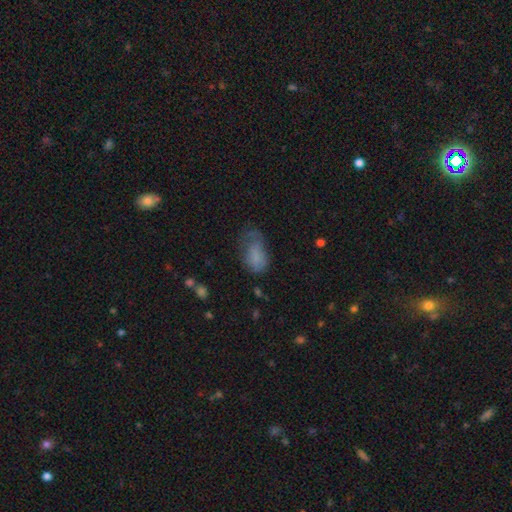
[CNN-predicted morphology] Smooth or featured: smooth — 74% (featured or disk — 16%)
How rounded: in between — 91% (round — 6%)
Merging: none — 34% (minor disturbance — 33%)